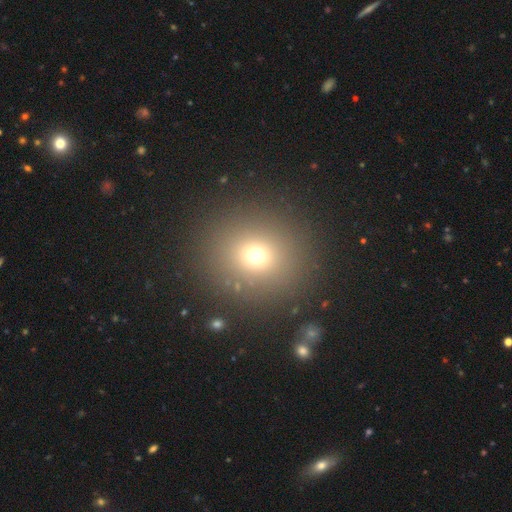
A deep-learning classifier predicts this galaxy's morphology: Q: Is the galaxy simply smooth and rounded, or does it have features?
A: smooth — 70%.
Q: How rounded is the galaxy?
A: round — 88%.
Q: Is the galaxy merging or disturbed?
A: none — 88%.